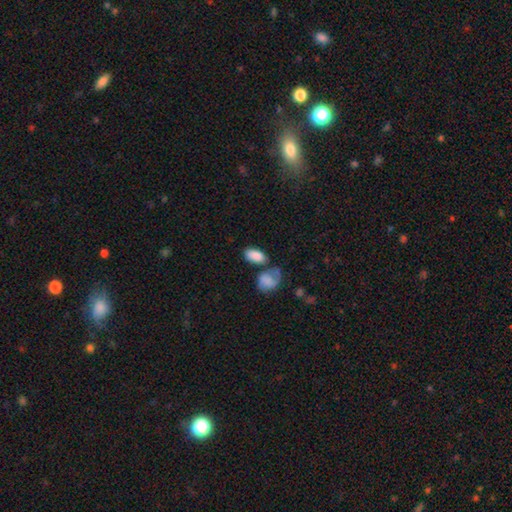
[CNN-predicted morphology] Overall: smooth (84%). How rounded: in between (92%). Merging: none (51%; merger 25%).